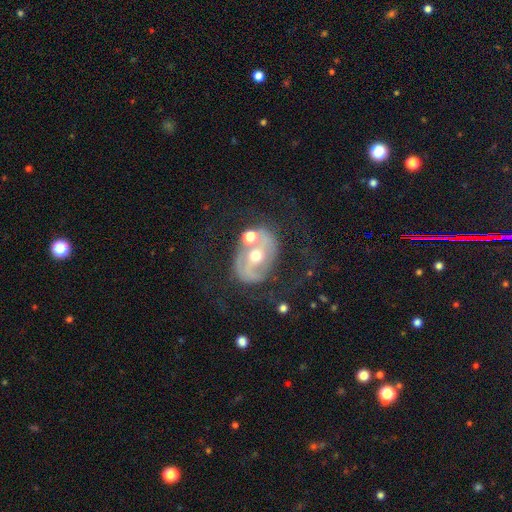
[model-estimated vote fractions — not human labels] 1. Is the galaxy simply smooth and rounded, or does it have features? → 71% featured or disk, 21% smooth, 9% star or artifact.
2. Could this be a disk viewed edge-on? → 96% no, 4% yes.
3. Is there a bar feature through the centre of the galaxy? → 44% no, 32% weak, 24% strong.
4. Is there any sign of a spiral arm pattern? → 60% yes, 40% no.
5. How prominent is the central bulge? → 74% moderate, 18% small, 5% large, 1% none, 1% dominant.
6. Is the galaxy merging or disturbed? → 45% none, 24% merger, 17% minor disturbance, 14% major disturbance.